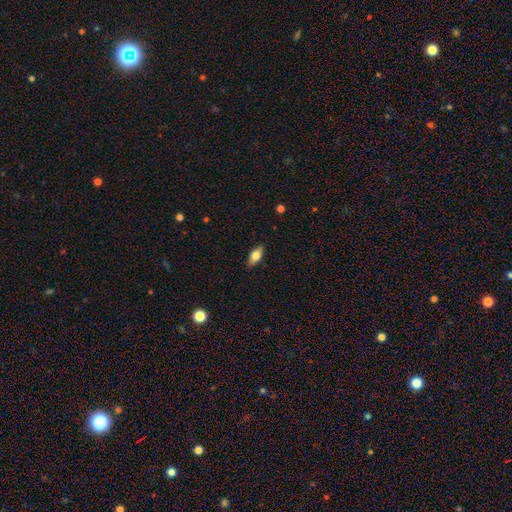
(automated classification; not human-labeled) Smooth or featured: smooth — 73% (featured or disk — 20%)
How rounded: in between — 85% (cigar-shaped — 12%)
Merging: none — 86% (minor disturbance — 11%)